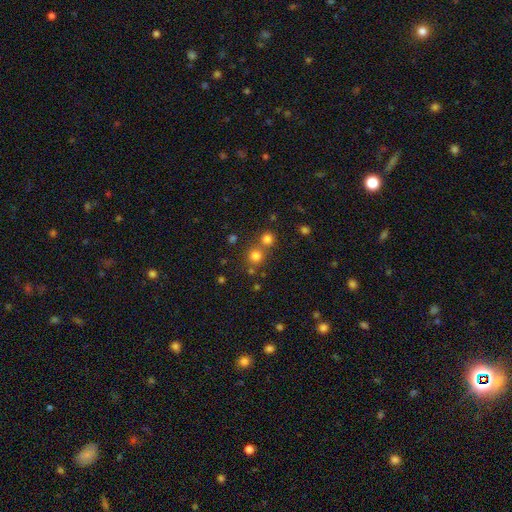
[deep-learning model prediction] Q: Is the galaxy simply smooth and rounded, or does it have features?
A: smooth — 75%.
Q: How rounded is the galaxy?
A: round — 91%.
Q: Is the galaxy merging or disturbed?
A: none — 64%.